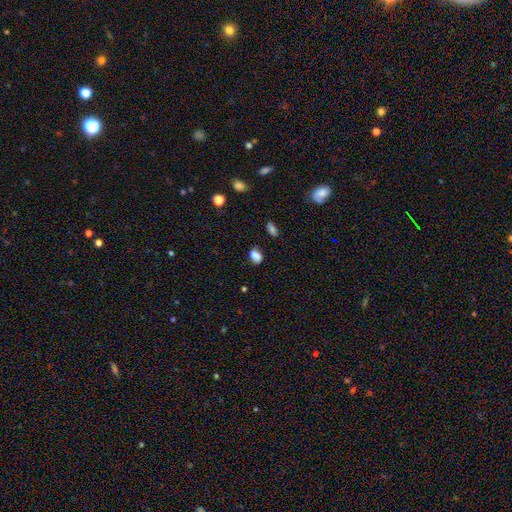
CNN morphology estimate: Q: Smooth or featured?
A: smooth (79%); runner-up: star or artifact (12%)
Q: How rounded?
A: in between (75%); runner-up: round (22%)
Q: Merging?
A: none (68%); runner-up: minor disturbance (20%)